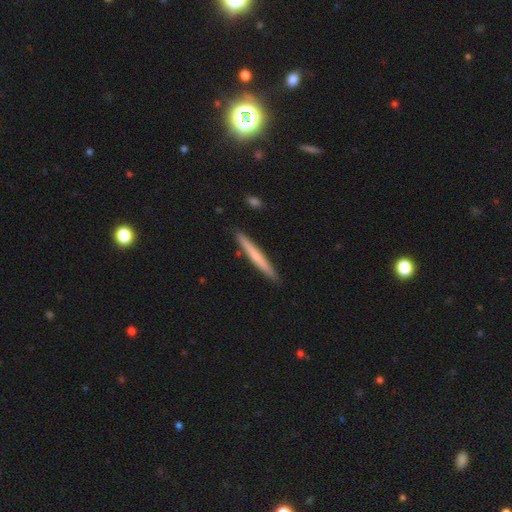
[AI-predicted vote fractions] This is possibly a smooth galaxy (58%). How rounded: clearly cigar-shaped (97%). Merging: clearly none (90%).